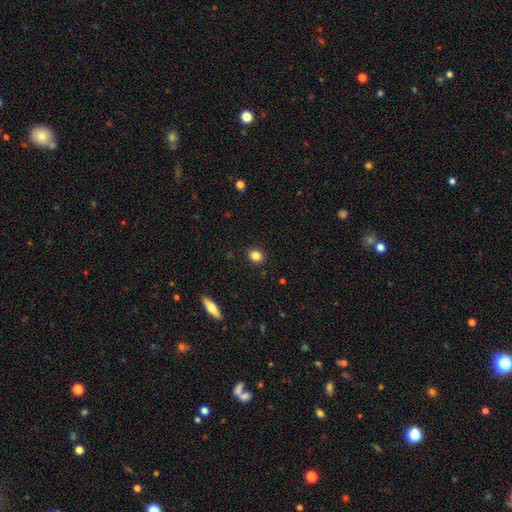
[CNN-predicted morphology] Smooth or featured? smooth (84%)
How rounded? round (65%)
Merging? none (90%)